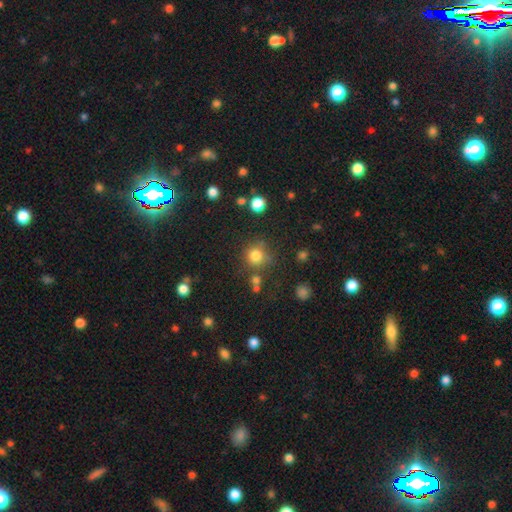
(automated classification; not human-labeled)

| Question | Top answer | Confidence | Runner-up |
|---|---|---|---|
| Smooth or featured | smooth | 79% | star or artifact (15%) |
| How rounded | round | 92% | in between (7%) |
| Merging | none | 74% | minor disturbance (12%) |